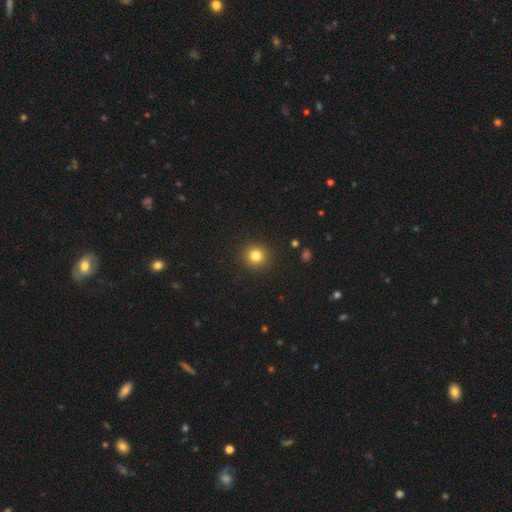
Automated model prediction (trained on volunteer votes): smooth-or-featured: smooth: 81% | star or artifact: 12% | featured or disk: 6%
  how-rounded: round: 92% | in between: 7% | cigar-shaped: 1%
  merging: none: 91% | minor disturbance: 5% | major disturbance: 2% | merger: 1%